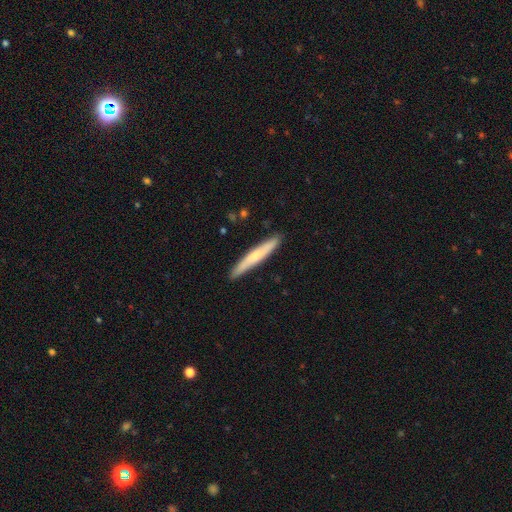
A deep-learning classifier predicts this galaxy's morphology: A smooth galaxy with no disk features (57%) that is cigar-shaped (95%). Merging: none (90%).